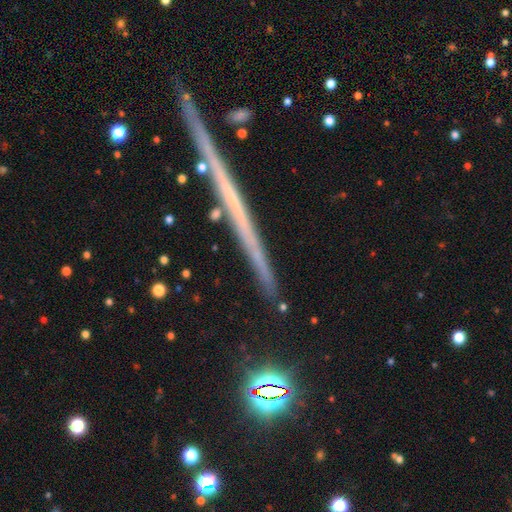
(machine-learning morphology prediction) A featured or disk galaxy (60%) viewed edge-on (97%) with no central bulge (91%).

Vote fractions:
- Smooth or featured? featured or disk: 60% / smooth: 26% / star or artifact: 14%
- Edge-on disk? yes: 97% / no: 3%
- Edge-on bulge? none: 91% / rounded: 6% / boxy: 3%
- Merging? none: 89% / minor disturbance: 8% / merger: 2% / major disturbance: 2%